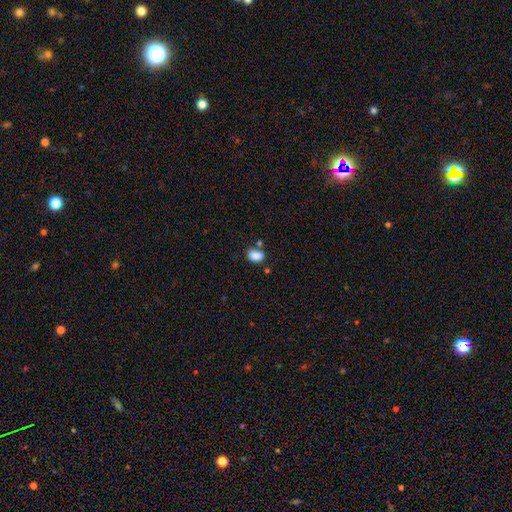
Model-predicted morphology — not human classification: Smooth or featured? smooth (86%)
How rounded? in between (76%)
Merging? none (67%)